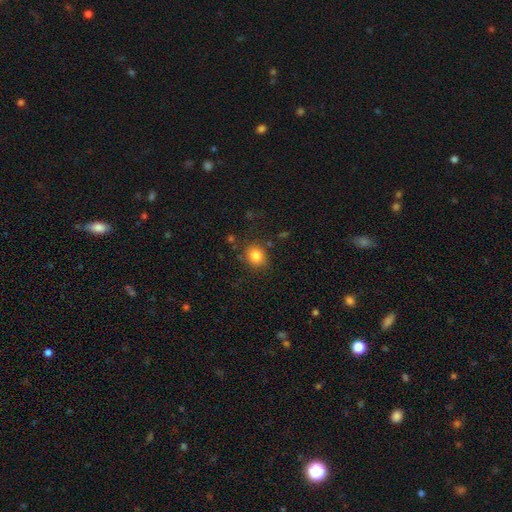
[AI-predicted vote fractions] The model was most divided on "how rounded": round: 73%, in between: 26%, cigar-shaped: 1%. More confident: smooth or featured — smooth (83%); merging — none (83%).